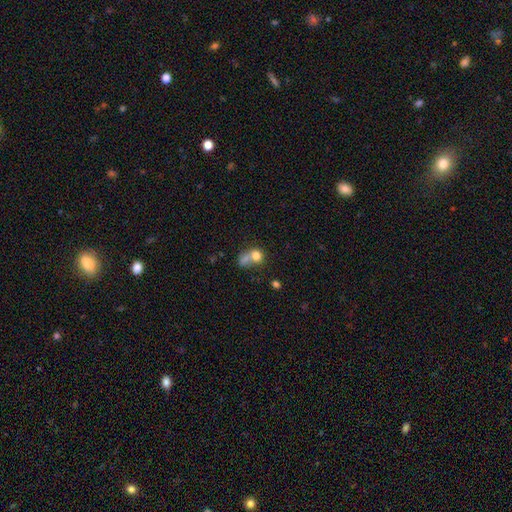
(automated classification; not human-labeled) A smooth galaxy with no disk features (72%) that is round (66%).

Vote fractions:
- Smooth or featured? smooth: 72% / featured or disk: 16% / star or artifact: 12%
- How rounded? round: 66% / in between: 33% / cigar-shaped: 1%
- Merging? merger: 53% / none: 27% / major disturbance: 10% / minor disturbance: 9%